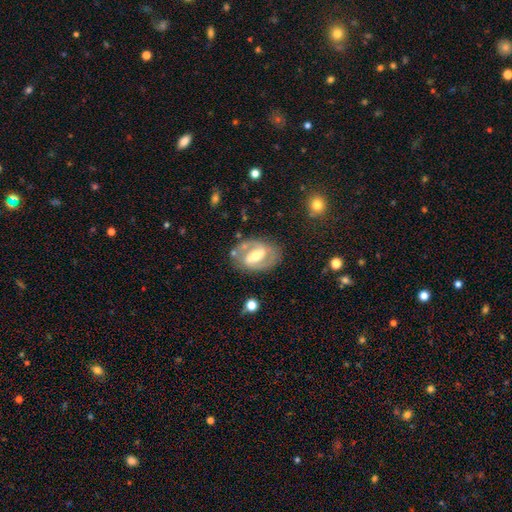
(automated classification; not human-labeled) Smooth or featured?
  - featured or disk: 77% *
  - smooth: 17%
  - star or artifact: 6%
Edge-on disk?
  - no: 95% *
  - yes: 5%
Bar?
  - strong: 54% *
  - weak: 32%
  - no: 14%
Spiral arms?
  - yes: 73% *
  - no: 27%
Spiral winding?
  - medium: 48% *
  - tight: 32%
  - loose: 20%
Spiral arm count?
  - 2: 84% *
  - can't tell: 9%
  - 1: 4%
  - 3: 1%
  - 4: 1%
  - more than 4: 1%
Bulge size?
  - moderate: 65% *
  - small: 23%
  - large: 10%
  - none: 1%
  - dominant: 1%
Merging?
  - none: 76% *
  - minor disturbance: 15%
  - major disturbance: 6%
  - merger: 3%